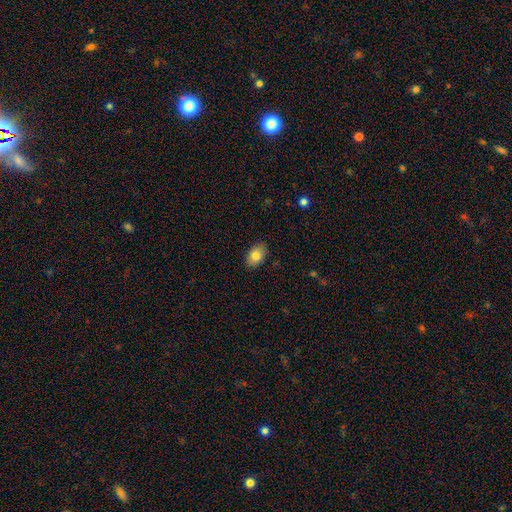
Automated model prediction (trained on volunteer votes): A smooth galaxy with no disk features (82%) that is in between round and cigar-shaped (87%). Merging: none (88%).